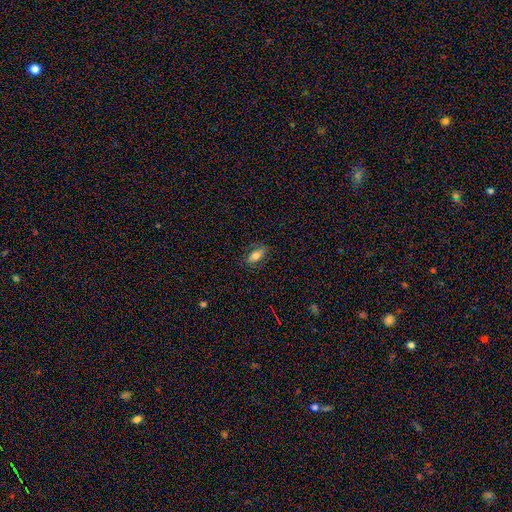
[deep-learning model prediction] smooth_or_featured: smooth (p=0.72) [alt: featured or disk p=0.19]
how_rounded: in between (p=0.83) [alt: cigar-shaped p=0.12]
merging: none (p=0.79) [alt: minor disturbance p=0.15]